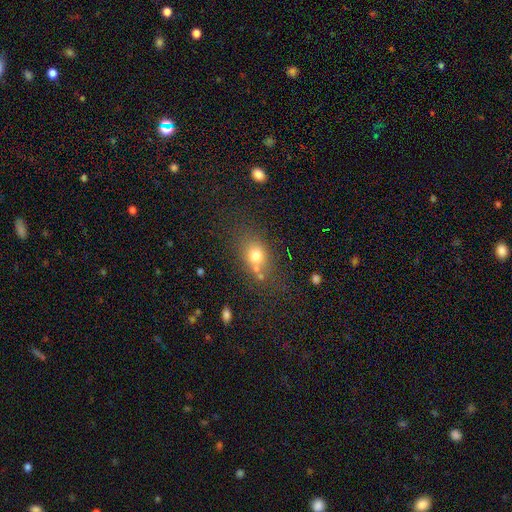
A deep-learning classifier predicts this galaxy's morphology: Smooth or featured: smooth — 74% (featured or disk — 13%)
How rounded: in between — 54% (round — 44%)
Merging: none — 57% (minor disturbance — 17%)